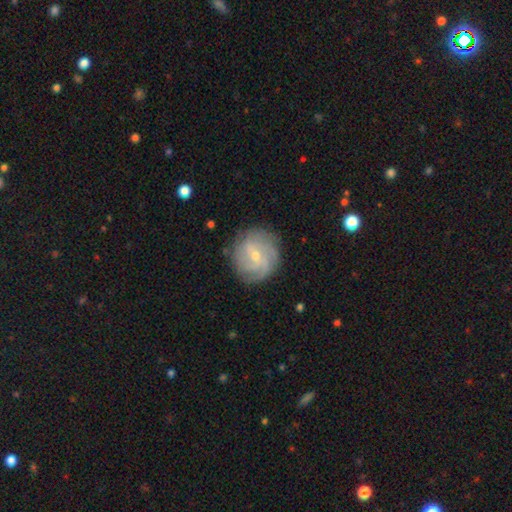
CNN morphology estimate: A featured or disk galaxy (73%) with a weak bar (48%), tight (56%) spiral arms (91%) and a small central bulge (69%). Merging: none (81%).